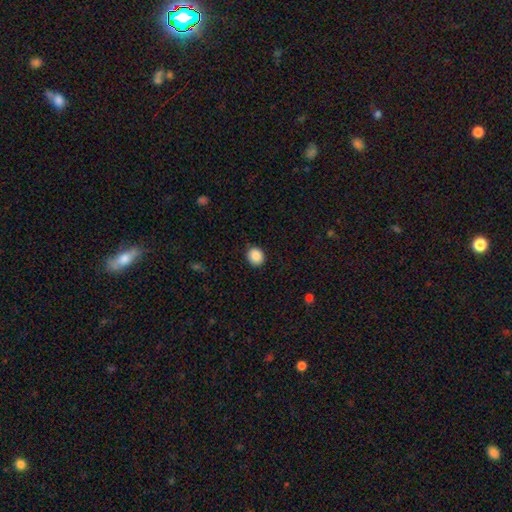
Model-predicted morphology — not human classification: Overall: smooth (88%). How rounded: round (75%). Merging: none (89%).